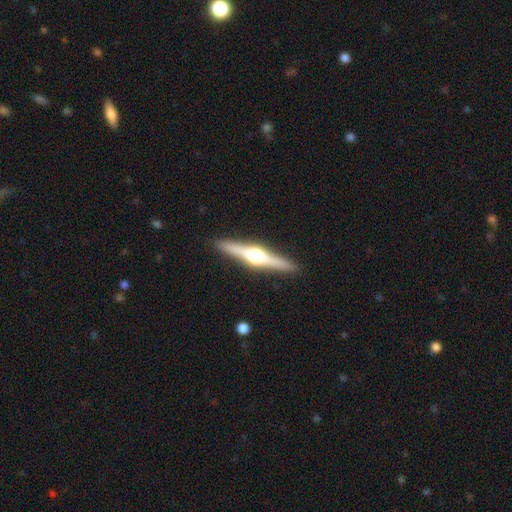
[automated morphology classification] Overall: featured or disk (76%). Edge-on disk: yes (98%). Edge-on bulge: rounded (95%). Merging: none (91%).